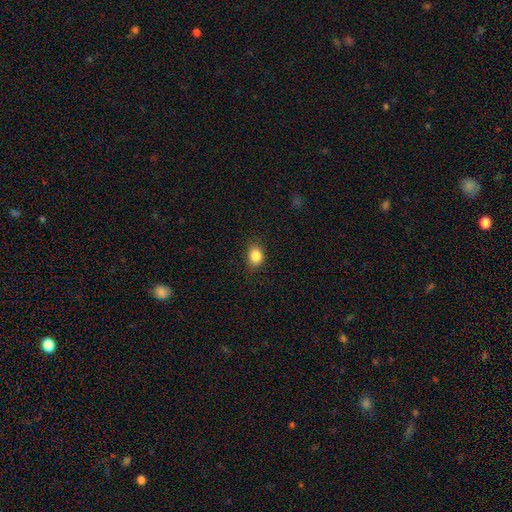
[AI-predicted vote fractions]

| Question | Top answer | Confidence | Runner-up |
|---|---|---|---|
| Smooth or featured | smooth | 86% | star or artifact (10%) |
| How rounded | in between | 56% | round (43%) |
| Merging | none | 82% | minor disturbance (14%) |